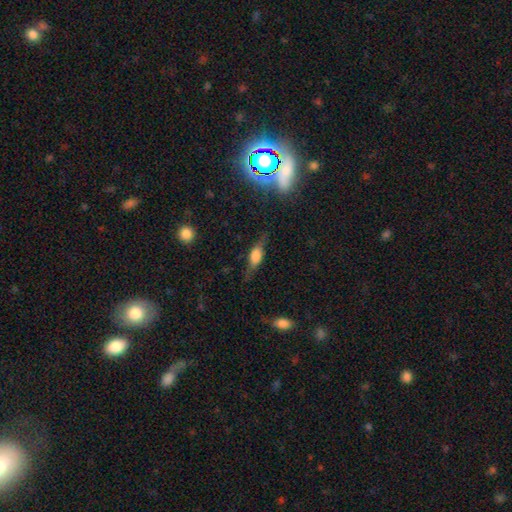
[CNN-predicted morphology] A smooth galaxy with no disk features (54%) that is in between round and cigar-shaped (64%). Merging: none (68%).